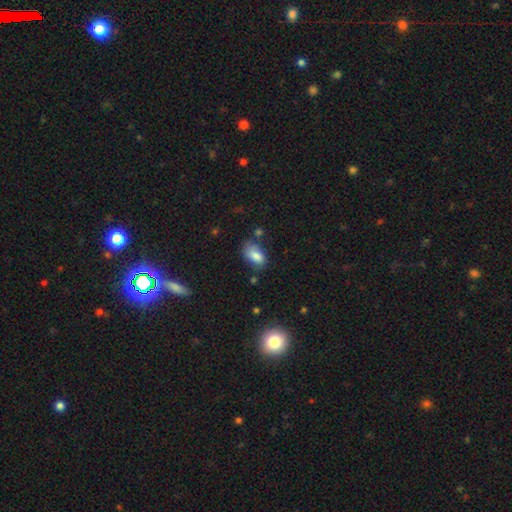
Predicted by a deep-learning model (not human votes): Morphology: type=smooth (81%); roundness=in between (91%); merging=none (56%).